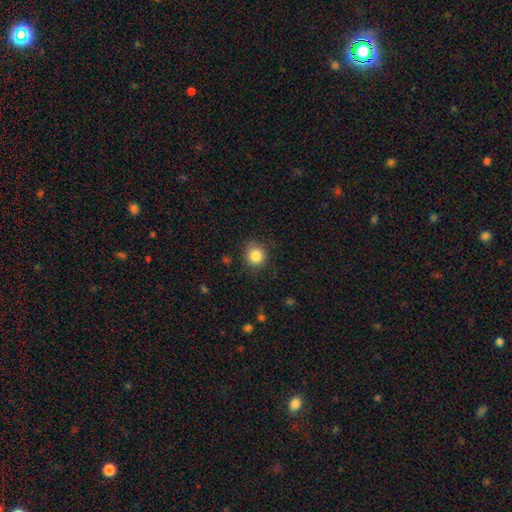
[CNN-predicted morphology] Q: Smooth or featured?
A: smooth (85%); runner-up: star or artifact (10%)
Q: How rounded?
A: round (87%); runner-up: in between (12%)
Q: Merging?
A: none (83%); runner-up: minor disturbance (12%)